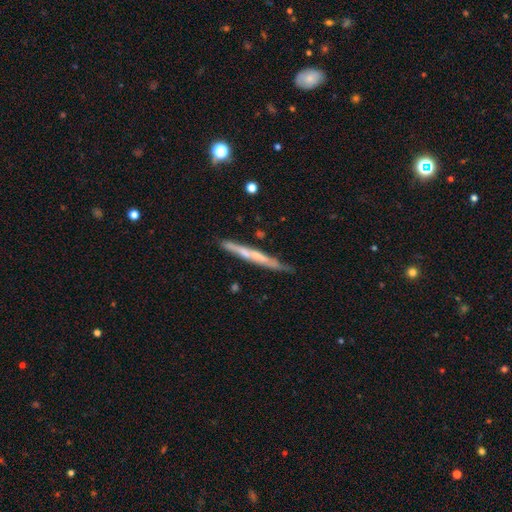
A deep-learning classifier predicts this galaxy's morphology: The model was most divided on "smooth or featured": featured or disk: 58%, smooth: 36%, star or artifact: 6%. More confident: edge-on disk — yes (94%); merging — none (80%); edge-on bulge — none (69%).